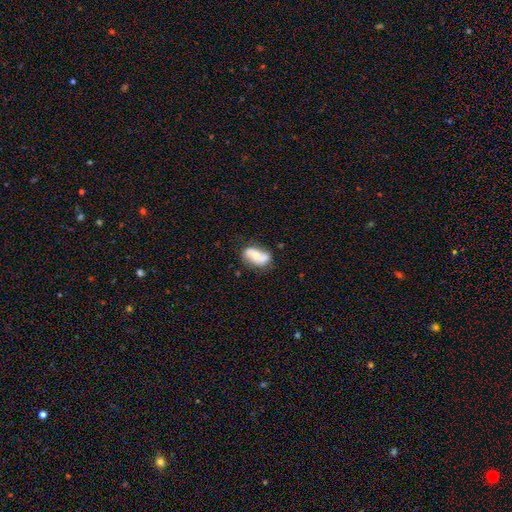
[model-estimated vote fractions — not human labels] Q: Smooth or featured?
A: smooth (47%); runner-up: featured or disk (46%)
Q: Merging?
A: none (64%); runner-up: minor disturbance (22%)